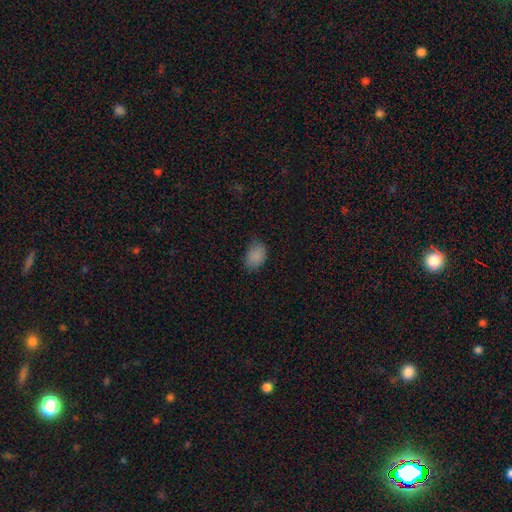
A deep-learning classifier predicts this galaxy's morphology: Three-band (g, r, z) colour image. It shows a smooth galaxy with no disk features (84%) that is in between round and cigar-shaped (78%). Merging: none (65%).